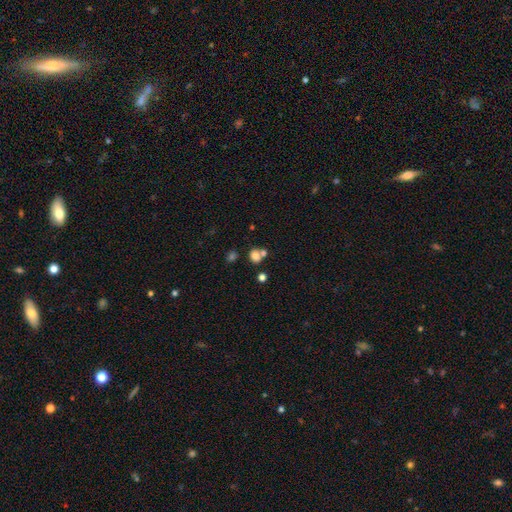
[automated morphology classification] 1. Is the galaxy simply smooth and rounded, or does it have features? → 76% smooth, 14% star or artifact, 10% featured or disk.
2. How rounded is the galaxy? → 66% round, 33% in between, 1% cigar-shaped.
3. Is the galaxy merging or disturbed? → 49% none, 38% merger, 9% minor disturbance, 4% major disturbance.